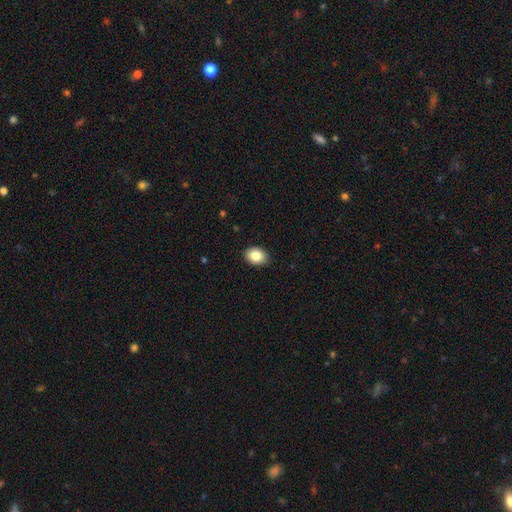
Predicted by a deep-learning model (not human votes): The model was most divided on "how rounded": in between: 69%, round: 30%, cigar-shaped: 1%. More confident: merging — none (88%); smooth or featured — smooth (85%).